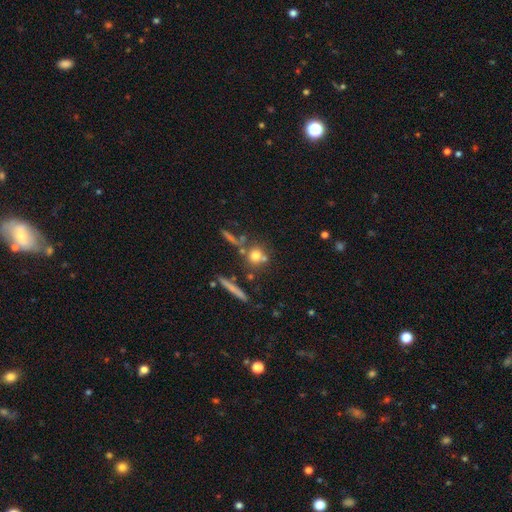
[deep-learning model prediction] Smooth or featured?
  - smooth: 69% *
  - featured or disk: 17%
  - star or artifact: 14%
How rounded?
  - round: 80% *
  - in between: 12%
  - cigar-shaped: 7%
Merging?
  - none: 63% *
  - merger: 21%
  - minor disturbance: 10%
  - major disturbance: 5%